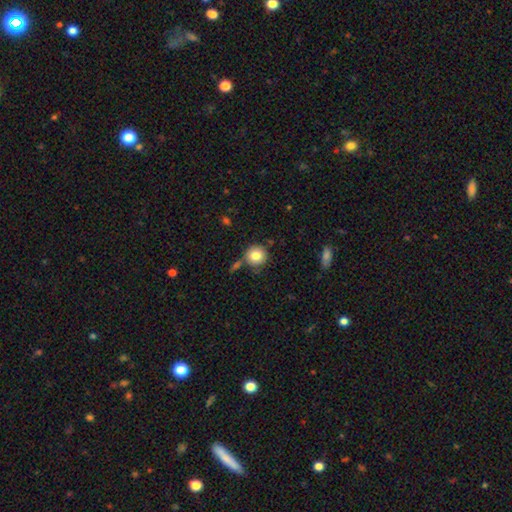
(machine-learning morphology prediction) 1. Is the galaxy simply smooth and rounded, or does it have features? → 82% smooth, 9% star or artifact, 9% featured or disk.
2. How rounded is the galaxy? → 93% round, 6% in between, 1% cigar-shaped.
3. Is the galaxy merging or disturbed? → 76% none, 11% minor disturbance, 9% merger, 3% major disturbance.